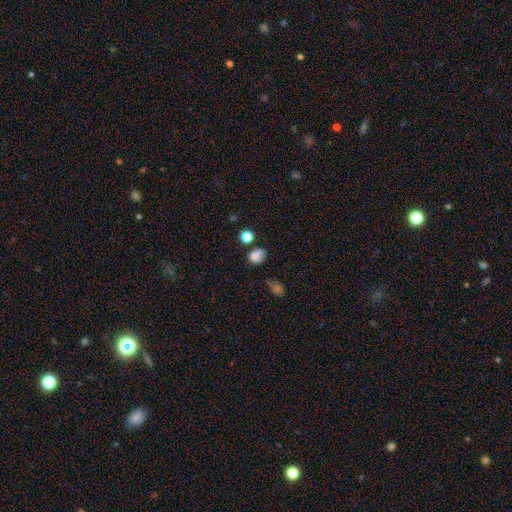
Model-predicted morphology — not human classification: This is likely a smooth galaxy (73%). How rounded: possibly round (52%). Merging: possibly none (51%).